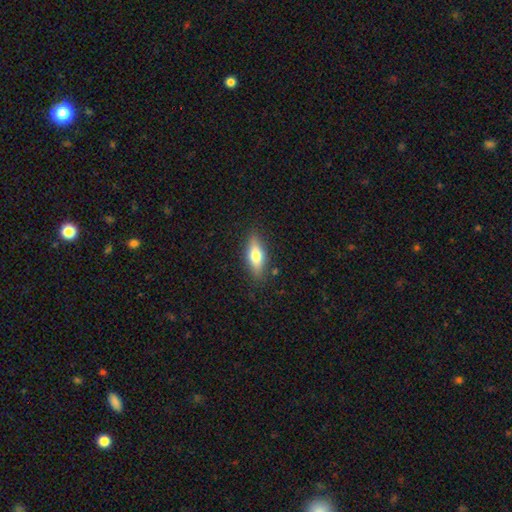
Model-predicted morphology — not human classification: type=smooth (62%); roundness=in between (62%); merging=none (85%).